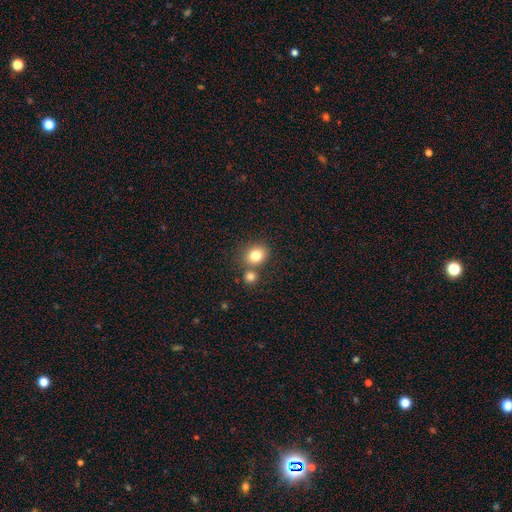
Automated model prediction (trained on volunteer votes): smooth_or_featured: smooth (p=0.81) [alt: star or artifact p=0.11]
how_rounded: round (p=0.68) [alt: in between p=0.31]
merging: none (p=0.65) [alt: merger p=0.23]